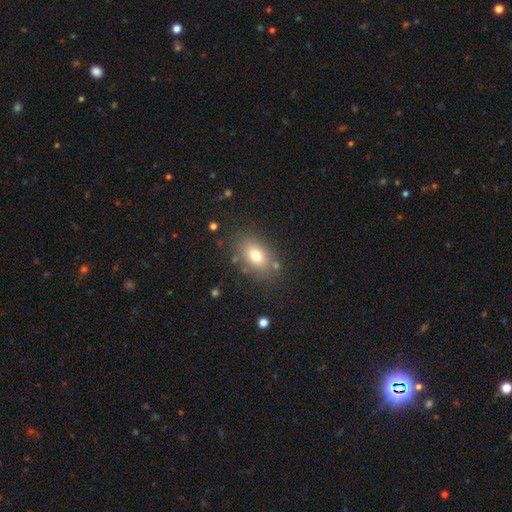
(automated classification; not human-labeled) Overall: smooth (74%). How rounded: in between (81%). Merging: none (80%).